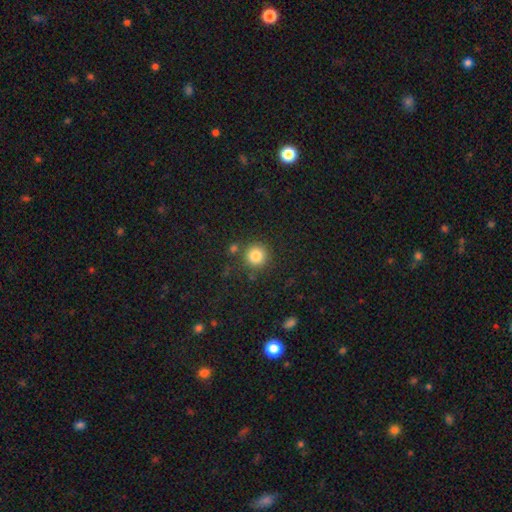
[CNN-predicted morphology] Q: Smooth or featured?
A: smooth (83%); runner-up: star or artifact (11%)
Q: How rounded?
A: round (94%); runner-up: in between (5%)
Q: Merging?
A: none (83%); runner-up: minor disturbance (8%)